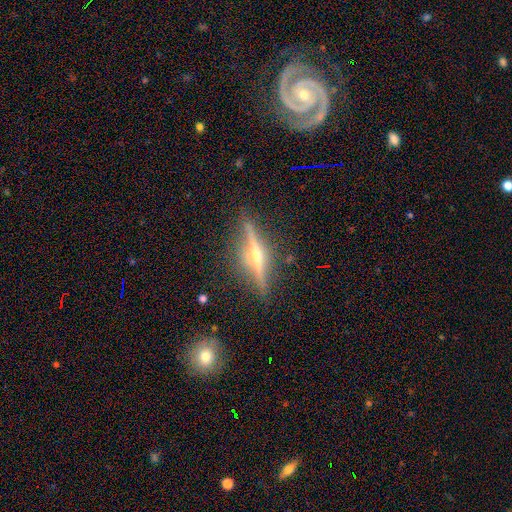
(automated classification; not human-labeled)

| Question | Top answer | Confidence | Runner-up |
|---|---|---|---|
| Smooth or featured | featured or disk | 81% | smooth (12%) |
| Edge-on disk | yes | 97% | no (3%) |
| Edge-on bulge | rounded | 87% | none (9%) |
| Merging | none | 87% | minor disturbance (9%) |